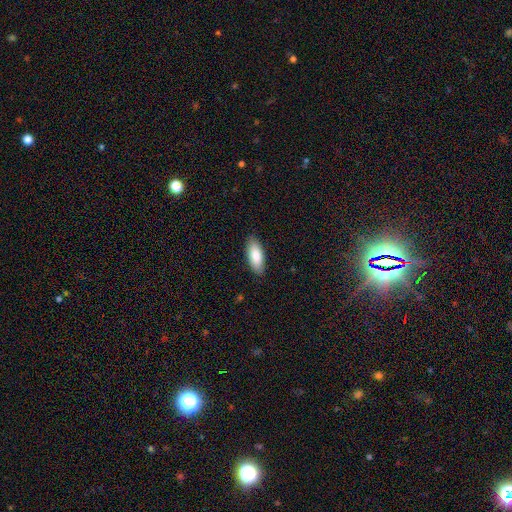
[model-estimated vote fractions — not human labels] The model was most divided on "how rounded": in between: 80%, cigar-shaped: 18%, round: 2%. More confident: merging — none (87%); smooth or featured — smooth (85%).